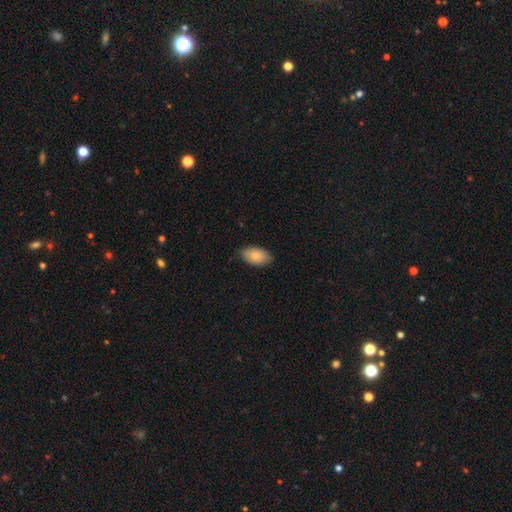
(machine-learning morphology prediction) A smooth galaxy with no disk features (84%) that is in between round and cigar-shaped (93%).

Vote fractions:
- Smooth or featured? smooth: 84% / featured or disk: 10% / star or artifact: 6%
- How rounded? in between: 93% / round: 5% / cigar-shaped: 2%
- Merging? none: 82% / minor disturbance: 15% / major disturbance: 2% / merger: 1%